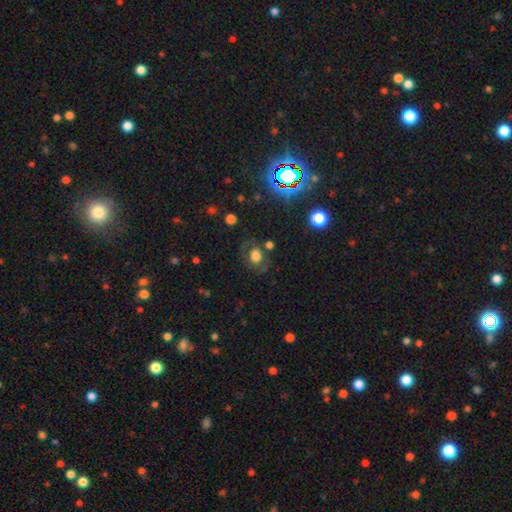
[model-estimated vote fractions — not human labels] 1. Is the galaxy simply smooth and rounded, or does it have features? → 53% smooth, 33% featured or disk, 14% star or artifact.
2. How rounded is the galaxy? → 51% in between, 48% round, 1% cigar-shaped.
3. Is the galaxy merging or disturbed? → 70% none, 16% minor disturbance, 11% major disturbance, 4% merger.